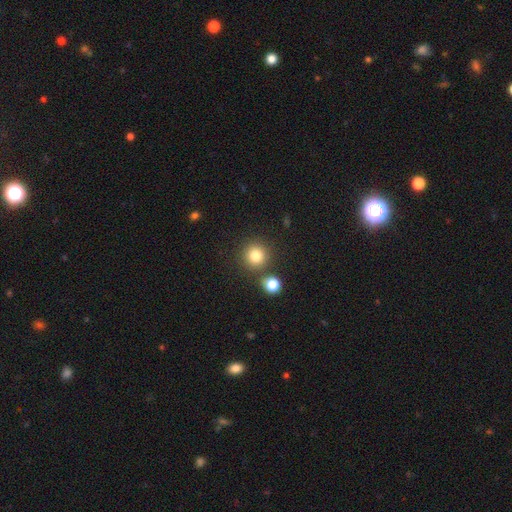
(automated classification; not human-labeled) A smooth galaxy with no disk features (81%) that is round (93%).

Vote fractions:
- Smooth or featured? smooth: 81% / star or artifact: 12% / featured or disk: 7%
- How rounded? round: 93% / in between: 6% / cigar-shaped: 1%
- Merging? none: 80% / merger: 10% / minor disturbance: 7% / major disturbance: 3%